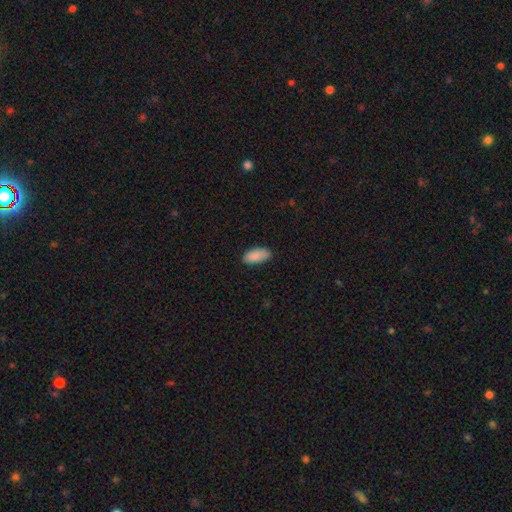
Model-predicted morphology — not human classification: This is clearly a smooth galaxy (88%). How rounded: clearly in between (92%). Merging: likely none (78%).